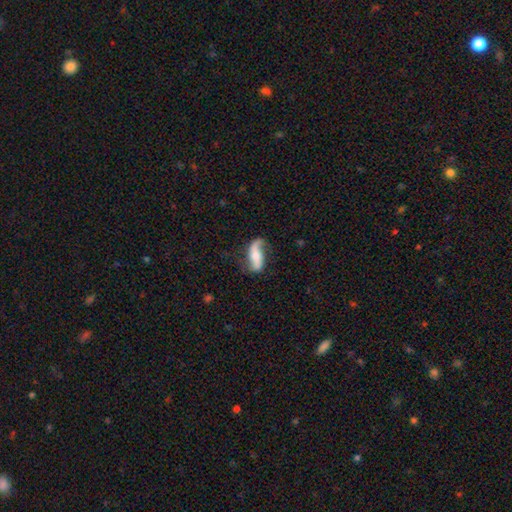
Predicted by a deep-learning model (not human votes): This appears to be a featured or disk galaxy (67%) with no bar (43%), 2 (81%) loose (75%) spiral arms (89%) and a moderate central bulge (50%). Merging: none (62%).